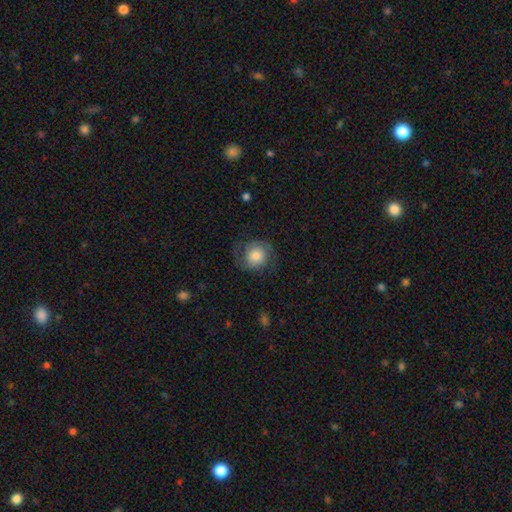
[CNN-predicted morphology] type=featured or disk (48%); merging=none (71%).